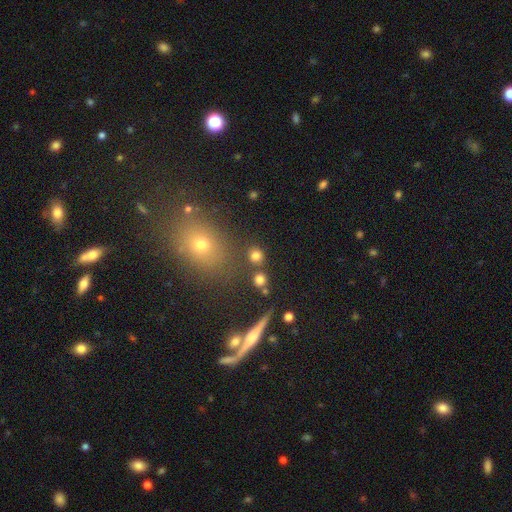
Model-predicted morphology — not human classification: A smooth galaxy with no disk features (79%) that is round (84%). Merging: none (77%).